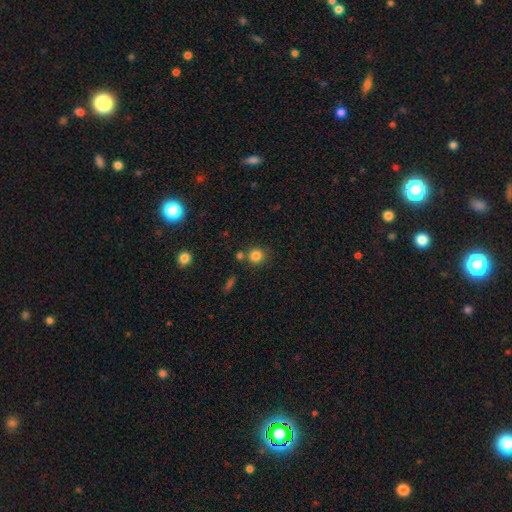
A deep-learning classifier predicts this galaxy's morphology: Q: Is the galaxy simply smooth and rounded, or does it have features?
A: smooth — 84%.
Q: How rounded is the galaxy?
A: round — 90%.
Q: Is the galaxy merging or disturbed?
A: none — 75%.